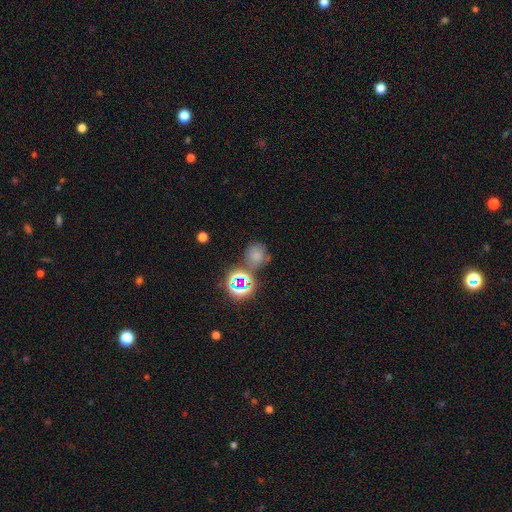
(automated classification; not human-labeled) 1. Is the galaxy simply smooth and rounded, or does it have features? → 64% smooth, 28% star or artifact, 9% featured or disk.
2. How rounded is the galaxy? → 76% round, 22% in between, 1% cigar-shaped.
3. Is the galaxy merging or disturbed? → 60% none, 18% merger, 15% minor disturbance, 7% major disturbance.